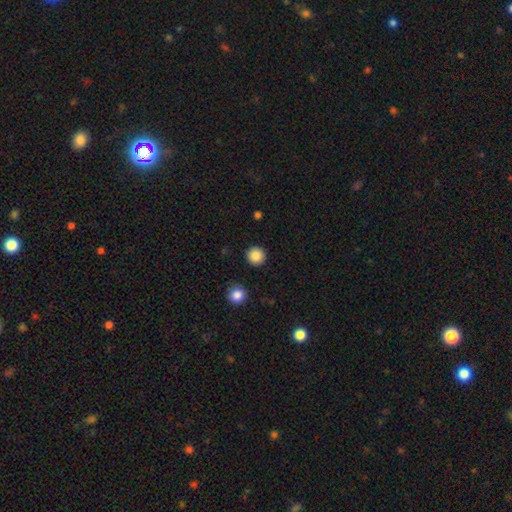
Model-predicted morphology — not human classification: smooth 87%, star or artifact 10%, featured or disk 4%. Down the decision tree: how rounded — round (96%); merging — none (93%).